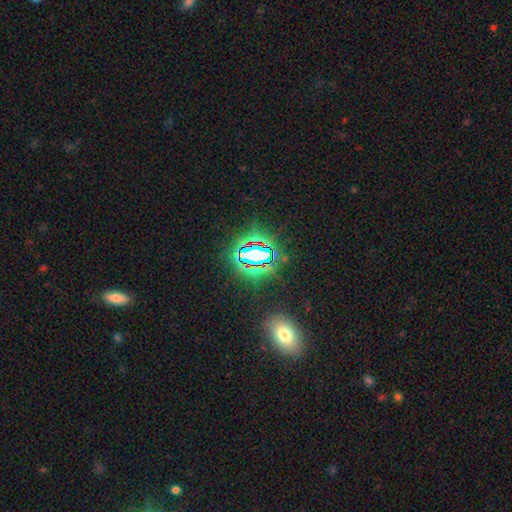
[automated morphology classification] smooth_or_featured: star or artifact (p=0.77) [alt: smooth p=0.14]